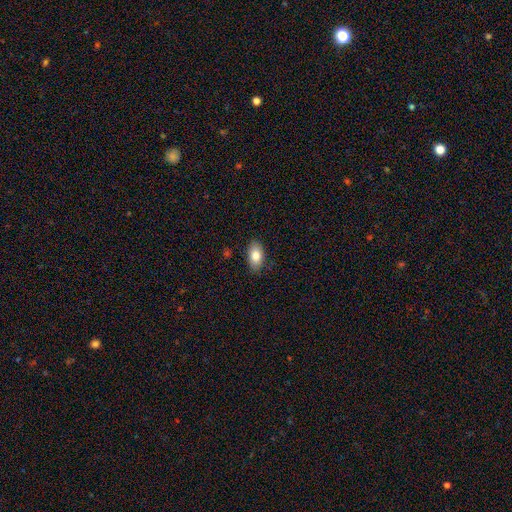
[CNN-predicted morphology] Smooth or featured? Predicted: smooth (p=0.82). How rounded? Predicted: in between (p=0.92). Merging? Predicted: none (p=0.87).